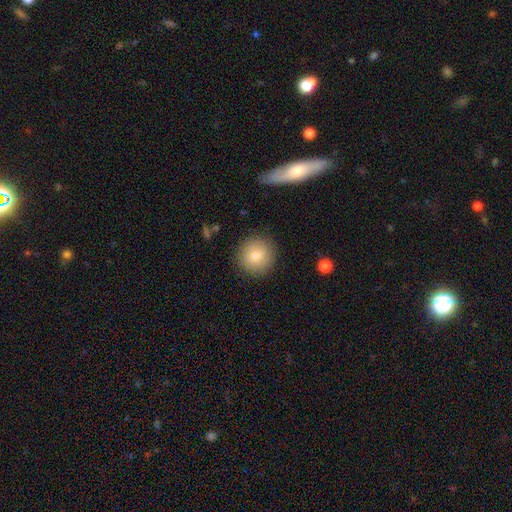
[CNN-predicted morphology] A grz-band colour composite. It shows a smooth galaxy with no disk features (79%) that is round (94%). Merging: none (89%).